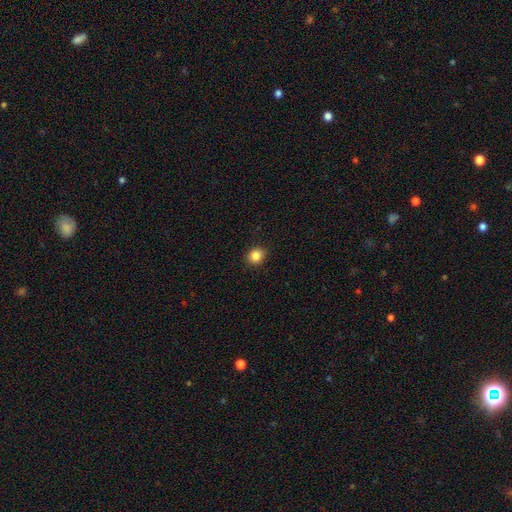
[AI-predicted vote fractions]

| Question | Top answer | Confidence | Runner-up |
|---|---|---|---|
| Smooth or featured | smooth | 85% | star or artifact (11%) |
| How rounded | round | 75% | in between (24%) |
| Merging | none | 90% | minor disturbance (7%) |